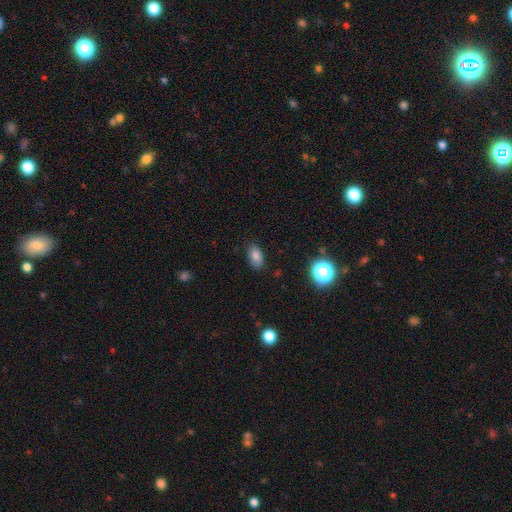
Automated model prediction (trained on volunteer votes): Smooth or featured? smooth (81%)
How rounded? in between (90%)
Merging? none (82%)